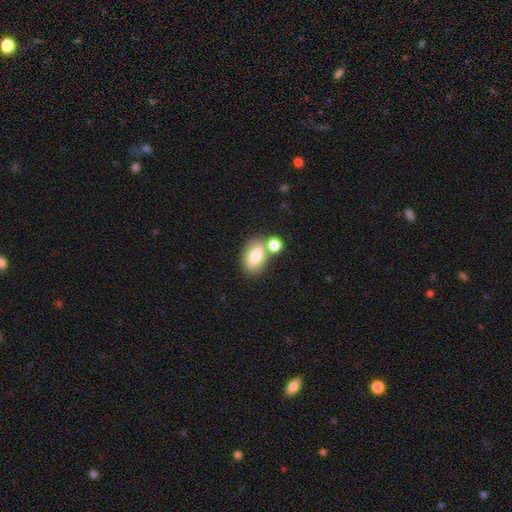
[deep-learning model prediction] This is likely a smooth galaxy (77%). How rounded: clearly in between (84%). Merging: possibly none (55%).